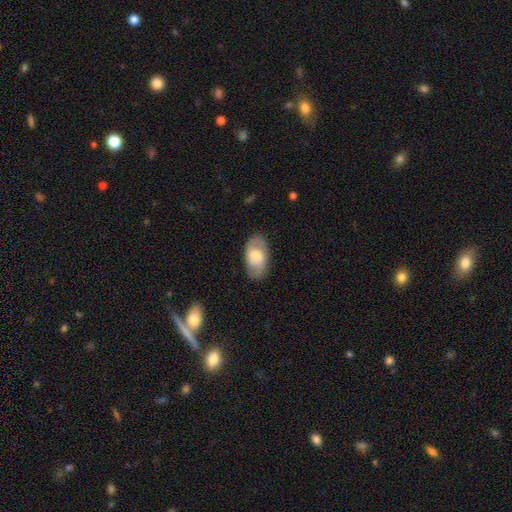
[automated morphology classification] smooth 57%, featured or disk 37%, star or artifact 6%. Down the decision tree: how rounded — in between (92%); merging — none (80%).